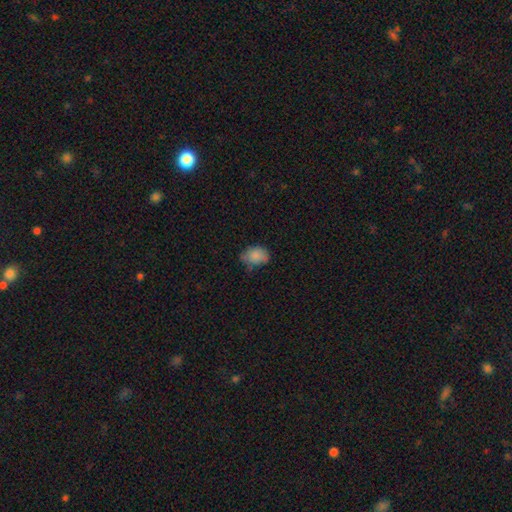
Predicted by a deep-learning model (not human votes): Q: Smooth or featured?
A: smooth (85%); runner-up: star or artifact (8%)
Q: How rounded?
A: in between (72%); runner-up: round (27%)
Q: Merging?
A: none (64%); runner-up: minor disturbance (28%)